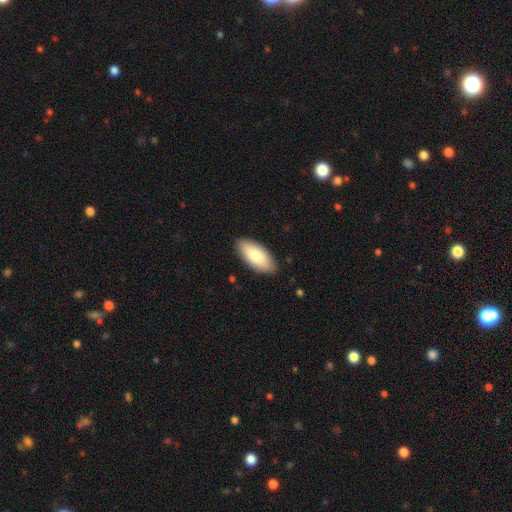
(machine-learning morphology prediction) Overall: smooth (82%). How rounded: in between (88%). Merging: none (88%).